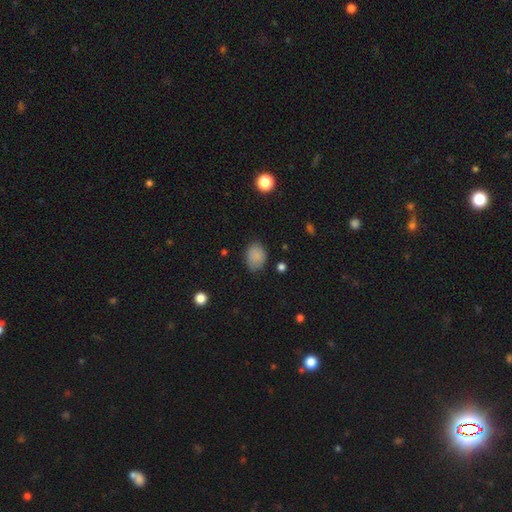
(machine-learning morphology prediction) smooth-or-featured: smooth: 85% | star or artifact: 10% | featured or disk: 5%
  how-rounded: in between: 65% | round: 34% | cigar-shaped: 1%
  merging: none: 75% | minor disturbance: 19% | major disturbance: 4% | merger: 1%